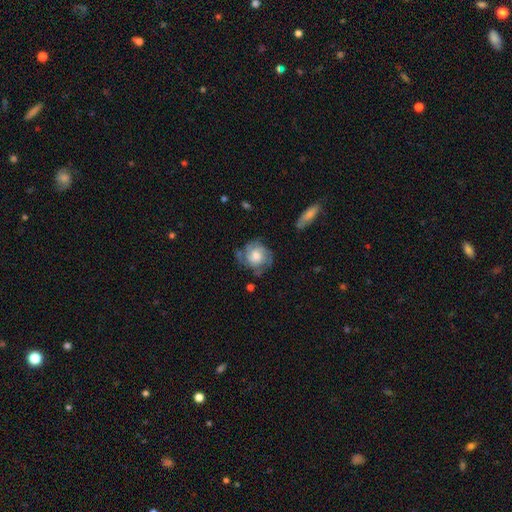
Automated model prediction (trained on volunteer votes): This is likely a featured or disk galaxy (64%). It is clearly not viewed edge-on (97%). Bar: likely no (71%). Spiral arm pattern: clearly yes (85%). Spiral arm count: marginally can't tell (35%). Spiral winding: possibly tight (52%). Central bulge: marginally moderate (44%). Merging: likely none (64%).